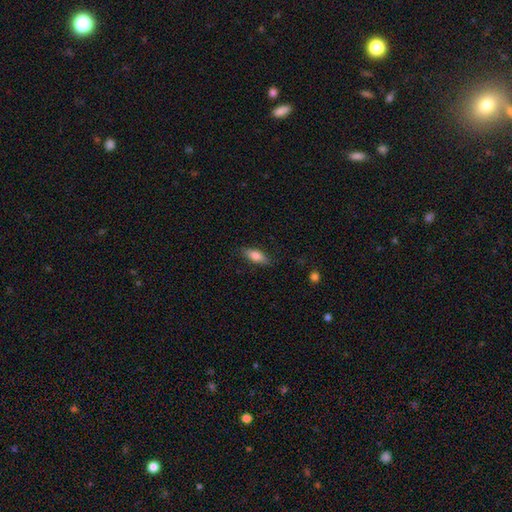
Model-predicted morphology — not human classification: smooth-or-featured: smooth: 79% | featured or disk: 14% | star or artifact: 7%
  how-rounded: in between: 71% | cigar-shaped: 26% | round: 3%
  merging: none: 84% | minor disturbance: 12% | major disturbance: 3% | merger: 1%